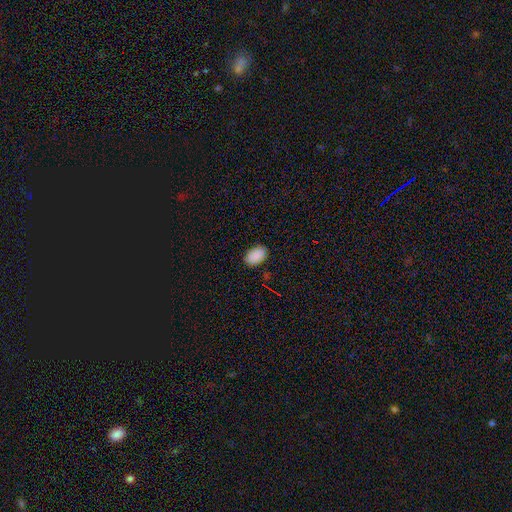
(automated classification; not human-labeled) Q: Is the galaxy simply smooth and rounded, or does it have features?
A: smooth — 90%.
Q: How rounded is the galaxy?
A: in between — 90%.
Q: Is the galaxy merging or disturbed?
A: none — 89%.